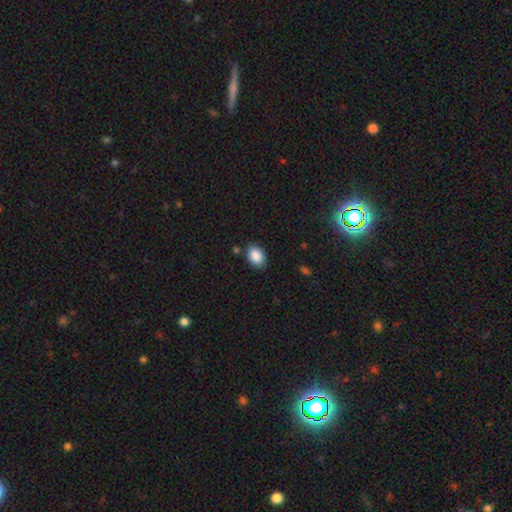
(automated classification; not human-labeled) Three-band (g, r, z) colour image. It shows a smooth galaxy with no disk features (88%) that is in between round and cigar-shaped (82%). Merging: none (81%).